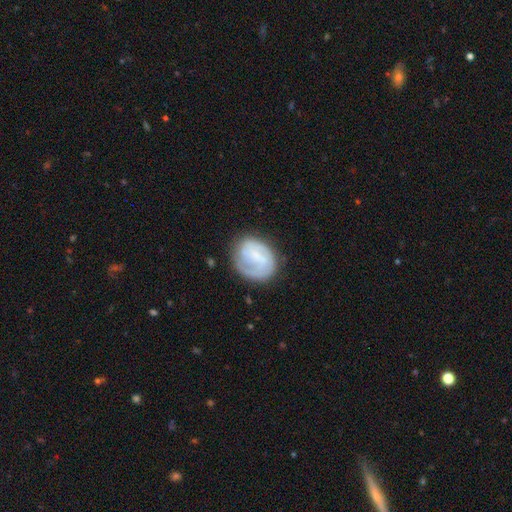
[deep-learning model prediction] Overall: featured or disk (60%; smooth 33%). Edge-on disk: no (97%). Bar: weak (44%; no 41%). Spiral arms: yes (82%). Bulge size: small (47%; none 32%). Merging: none (67%).